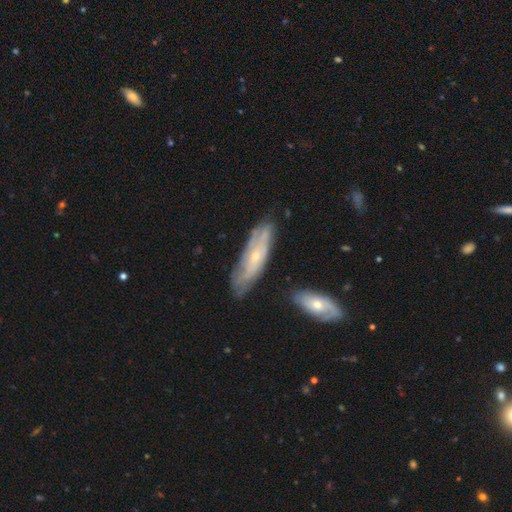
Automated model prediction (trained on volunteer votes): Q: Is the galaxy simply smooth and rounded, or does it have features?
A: featured or disk — 65%.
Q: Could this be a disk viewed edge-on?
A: no — 73%.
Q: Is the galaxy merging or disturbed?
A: none — 71%.